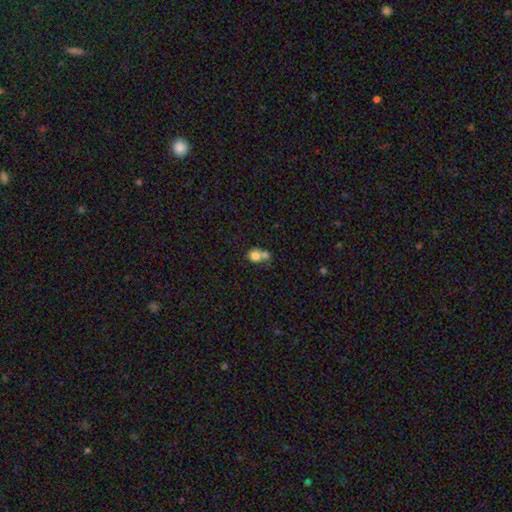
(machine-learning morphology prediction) The model was most divided on "merging": merger: 58%, none: 31%, minor disturbance: 7%, major disturbance: 4%. More confident: how rounded — round (78%); smooth or featured — smooth (78%).